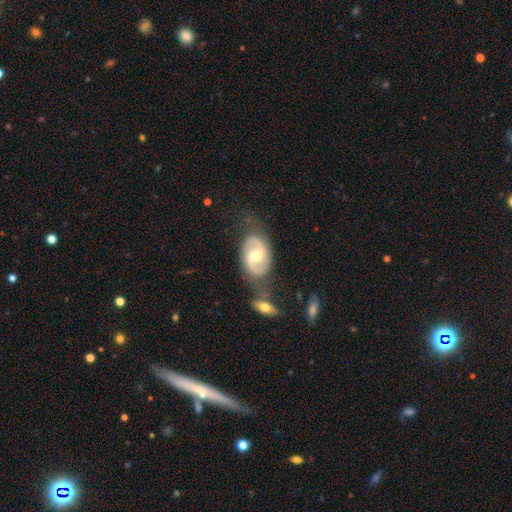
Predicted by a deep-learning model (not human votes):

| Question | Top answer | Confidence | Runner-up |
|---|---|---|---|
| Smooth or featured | featured or disk | 77% | smooth (17%) |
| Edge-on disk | no | 96% | yes (4%) |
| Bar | no | 45% | weak (42%) |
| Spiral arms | yes | 90% | no (10%) |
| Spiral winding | medium | 50% | loose (27%) |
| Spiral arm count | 2 | 89% | can't tell (6%) |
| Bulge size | moderate | 70% | small (24%) |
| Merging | none | 60% | minor disturbance (20%) |